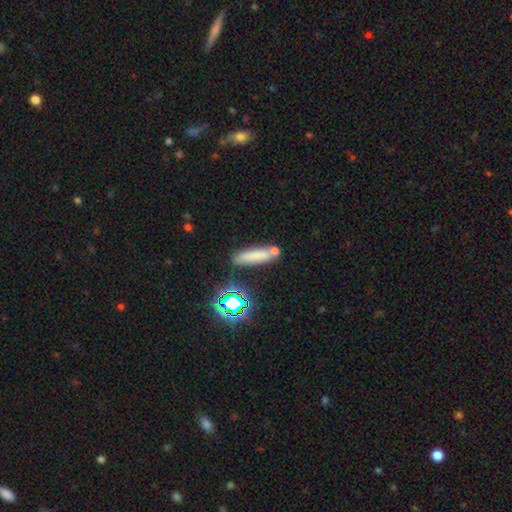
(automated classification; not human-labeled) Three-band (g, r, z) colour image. It shows a smooth galaxy with no disk features (67%) that is cigar-shaped (73%). Merging: none (63%).